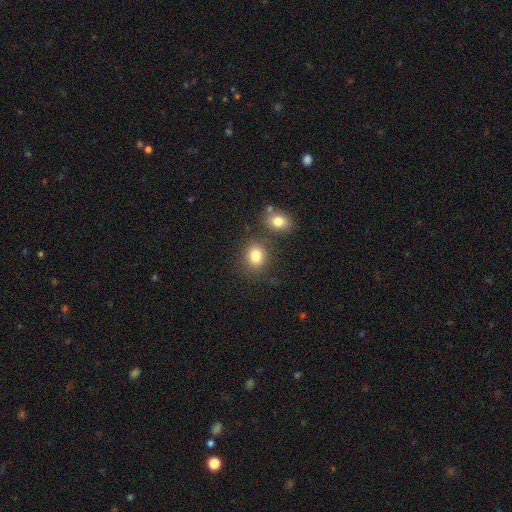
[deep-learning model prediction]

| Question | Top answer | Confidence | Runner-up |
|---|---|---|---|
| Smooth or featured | smooth | 82% | star or artifact (11%) |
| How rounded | round | 62% | in between (37%) |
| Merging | none | 71% | merger (14%) |